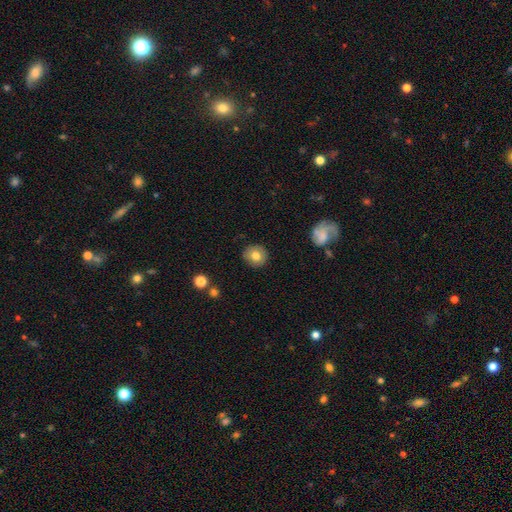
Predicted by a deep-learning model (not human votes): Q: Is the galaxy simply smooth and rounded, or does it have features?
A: smooth — 77%.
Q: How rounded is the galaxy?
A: round — 89%.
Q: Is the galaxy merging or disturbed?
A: none — 89%.